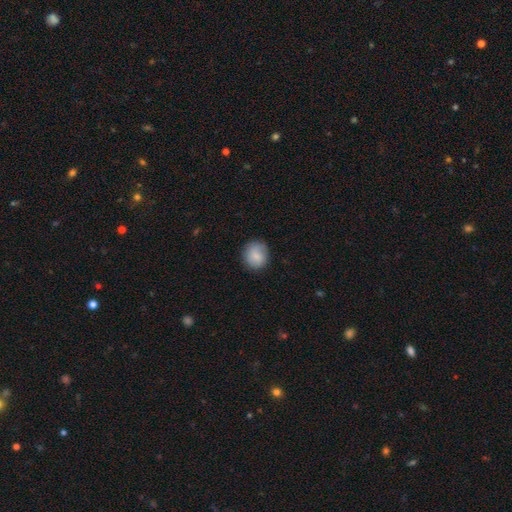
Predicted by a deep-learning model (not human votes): Morphology: type=smooth (83%); roundness=round (86%); merging=none (82%).